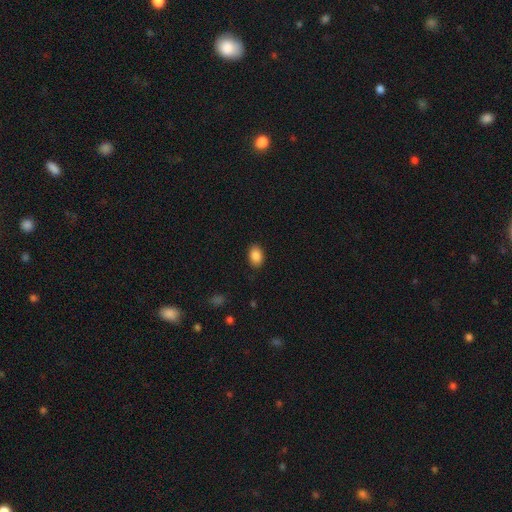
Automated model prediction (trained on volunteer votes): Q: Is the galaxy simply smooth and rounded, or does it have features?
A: smooth — 87%.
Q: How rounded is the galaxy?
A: in between — 82%.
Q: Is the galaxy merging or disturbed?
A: none — 88%.